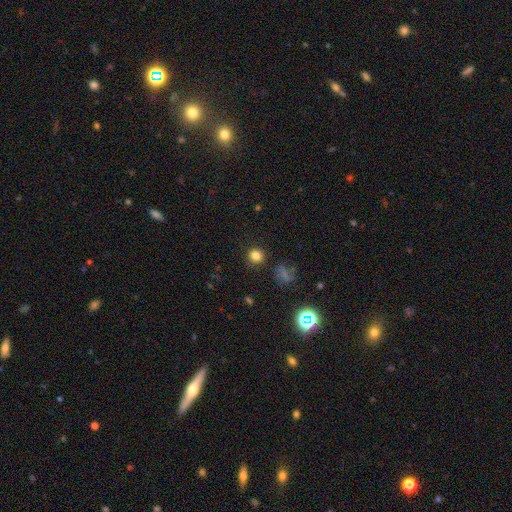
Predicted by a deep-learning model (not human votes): This is likely a smooth galaxy (79%). How rounded: clearly round (90%). Merging: clearly none (86%).